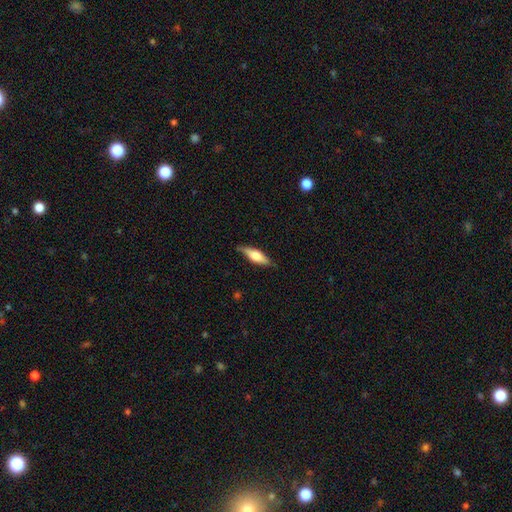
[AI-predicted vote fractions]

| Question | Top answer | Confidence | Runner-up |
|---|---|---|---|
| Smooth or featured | smooth | 55% | featured or disk (40%) |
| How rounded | cigar-shaped | 49% | tied: in between (49%) |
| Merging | none | 80% | minor disturbance (16%) |